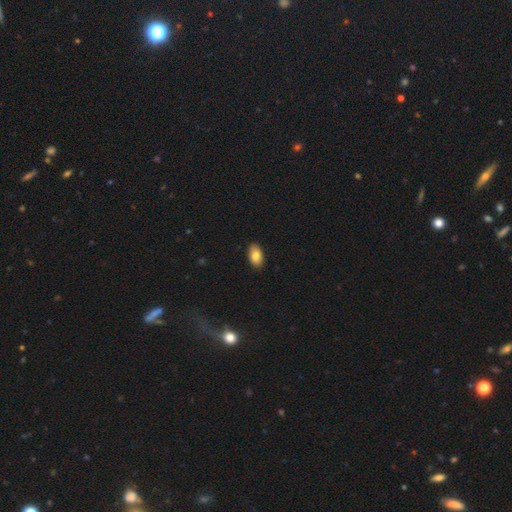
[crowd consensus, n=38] A smooth galaxy with no disk features (89%) that is in between round and cigar-shaped (100%).

Vote fractions:
- Smooth or featured? smooth: 89% / featured or disk: 8% / star or artifact: 3%
- How rounded? in between: 100% / round: 0% / cigar-shaped: 0%
- Merging? none: 86% / minor disturbance: 14% / major disturbance: 0% / merger: 0%